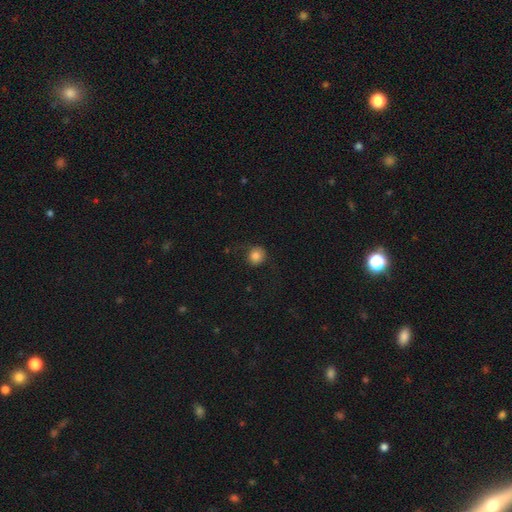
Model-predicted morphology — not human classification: Overall: smooth (83%). How rounded: round (85%). Merging: none (75%).